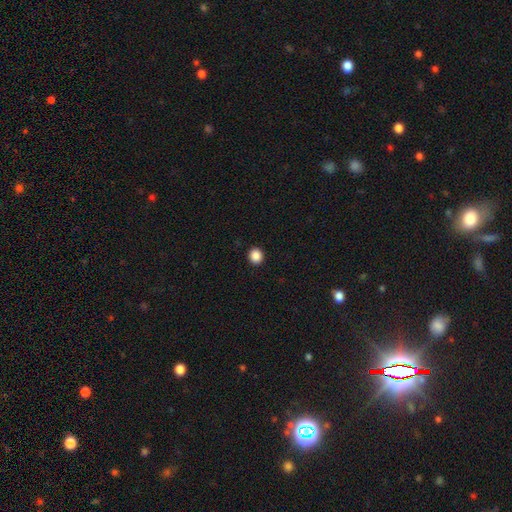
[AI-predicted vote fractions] smooth_or_featured: smooth (p=0.88) [alt: star or artifact p=0.10]
how_rounded: round (p=0.87) [alt: in between p=0.12]
merging: none (p=0.93) [alt: minor disturbance p=0.04]